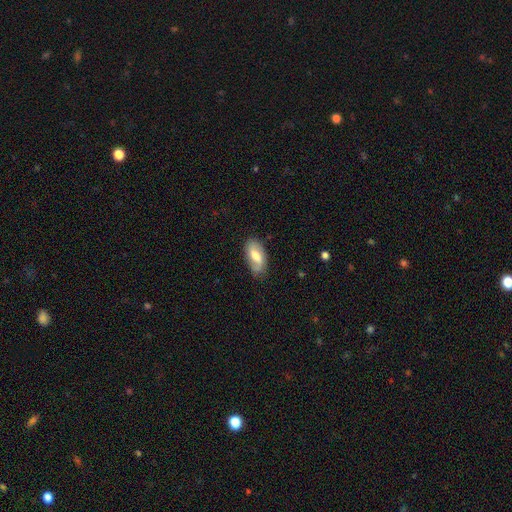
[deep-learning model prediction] Smooth or featured: smooth — 53% (featured or disk — 40%)
How rounded: in between — 91% (cigar-shaped — 6%)
Merging: none — 73% (minor disturbance — 21%)